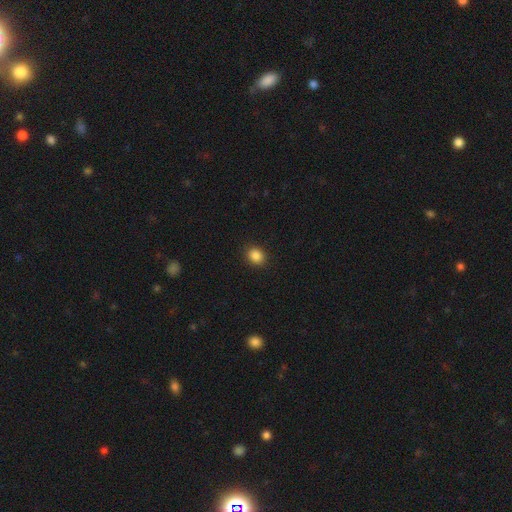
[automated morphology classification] smooth_or_featured: smooth (p=0.86) [alt: star or artifact p=0.10]
how_rounded: round (p=0.63) [alt: in between p=0.36]
merging: none (p=0.91) [alt: minor disturbance p=0.06]